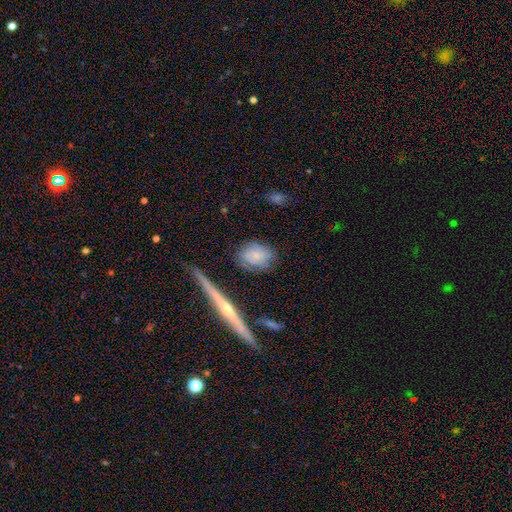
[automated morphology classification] This is likely a smooth galaxy (65%). How rounded: likely in between (67%). Merging: likely none (73%).